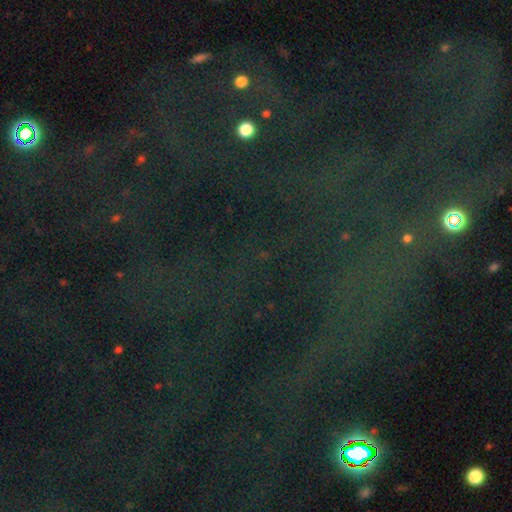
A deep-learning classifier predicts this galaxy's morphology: This is likely a star or artifact rather than a galaxy (79%).